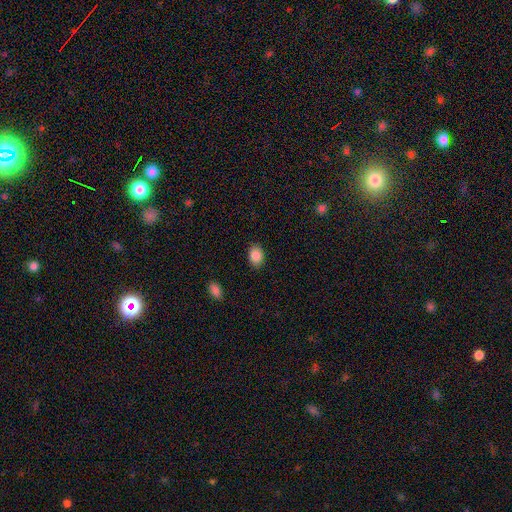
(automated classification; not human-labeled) Smooth or featured: smooth — 88% (star or artifact — 8%)
How rounded: in between — 74% (round — 25%)
Merging: none — 87% (minor disturbance — 9%)